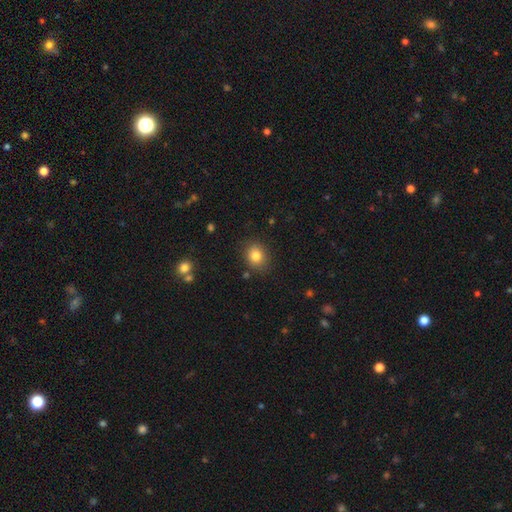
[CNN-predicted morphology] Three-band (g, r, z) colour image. It shows a smooth galaxy with no disk features (82%) that is round (65%). Merging: none (85%).